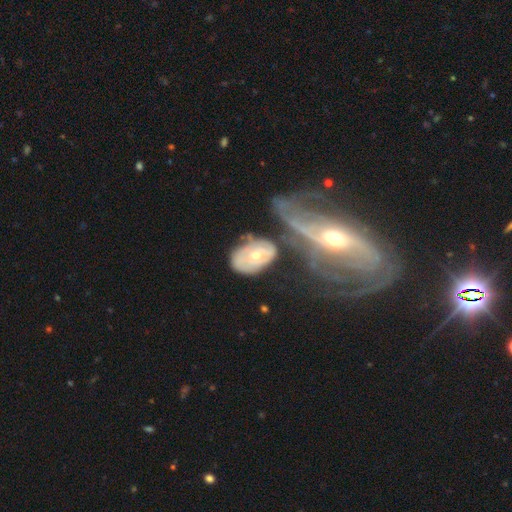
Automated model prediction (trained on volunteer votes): Smooth or featured? featured or disk (61%)
Edge-on disk? no (93%)
Bar? no (79%)
Spiral arms? yes (56%)
Bulge size? moderate (51%)
Merging? none (39%)